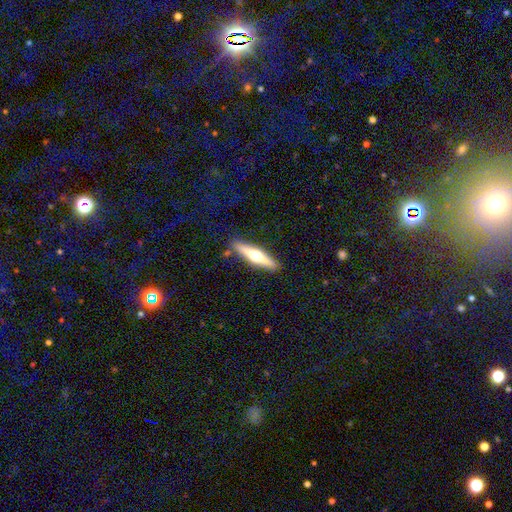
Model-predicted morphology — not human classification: The model was most divided on "smooth or featured": featured or disk: 62%, smooth: 33%, star or artifact: 5%. More confident: edge-on disk — yes (96%); edge-on bulge — rounded (95%); merging — none (87%).